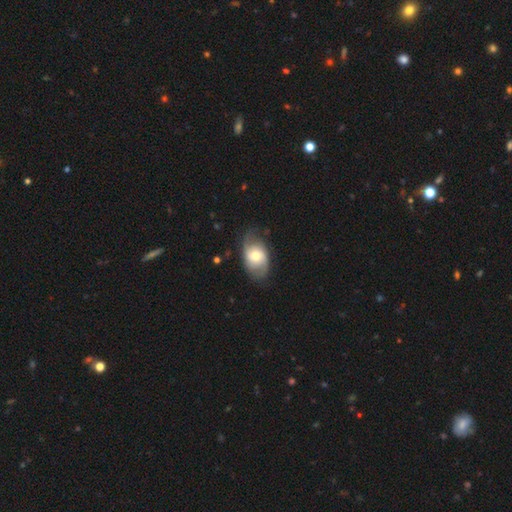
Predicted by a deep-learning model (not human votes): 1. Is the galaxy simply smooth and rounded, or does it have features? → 55% featured or disk, 38% smooth, 6% star or artifact.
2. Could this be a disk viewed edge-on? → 94% no, 6% yes.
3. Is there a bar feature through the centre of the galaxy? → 65% no, 29% weak, 6% strong.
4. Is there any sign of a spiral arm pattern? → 77% yes, 23% no.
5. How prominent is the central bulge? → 69% moderate, 19% small, 9% large, 1% dominant, 1% none.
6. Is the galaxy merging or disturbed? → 67% none, 23% minor disturbance, 8% major disturbance, 1% merger.